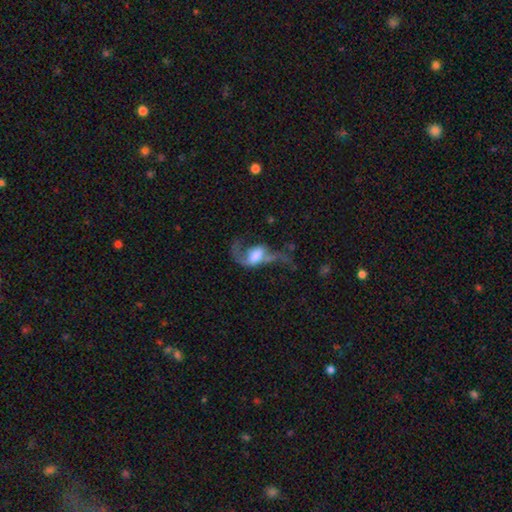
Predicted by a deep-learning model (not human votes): smooth-or-featured: featured or disk: 72% | smooth: 20% | star or artifact: 8%
  disk-edge-on: no: 95% | yes: 5%
    bar: no: 44% | weak: 38% | strong: 18%
    has-spiral-arms: yes: 86% | no: 14%
      spiral-winding: loose: 81% | medium: 15% | tight: 3%
      spiral-arm-count: 2: 75% | 1: 19% | can't tell: 3% | 3: 1% | 4: 1% | more than 4: 1%
    bulge-size: moderate: 39% | large: 38% | small: 11% | dominant: 7% | none: 5%
  merging: major disturbance: 46% | none: 30% | minor disturbance: 15% | merger: 8%